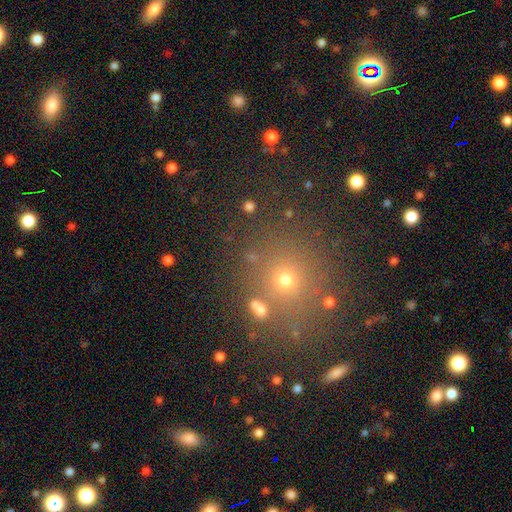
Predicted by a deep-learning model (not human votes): Q: Smooth or featured?
A: smooth (58%); runner-up: star or artifact (33%)
Q: How rounded?
A: round (87%); runner-up: in between (12%)
Q: Merging?
A: none (79%); runner-up: minor disturbance (9%)